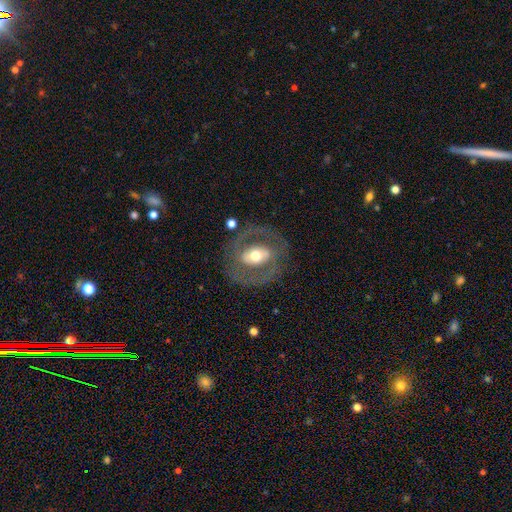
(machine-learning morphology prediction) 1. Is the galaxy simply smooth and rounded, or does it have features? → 68% featured or disk, 26% smooth, 6% star or artifact.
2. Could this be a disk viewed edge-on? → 94% no, 6% yes.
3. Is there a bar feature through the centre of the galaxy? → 46% no, 29% weak, 25% strong.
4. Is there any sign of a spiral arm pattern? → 60% no, 40% yes.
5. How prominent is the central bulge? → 66% moderate, 21% large, 10% small, 2% dominant, 1% none.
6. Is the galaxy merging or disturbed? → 75% none, 12% minor disturbance, 11% major disturbance, 2% merger.